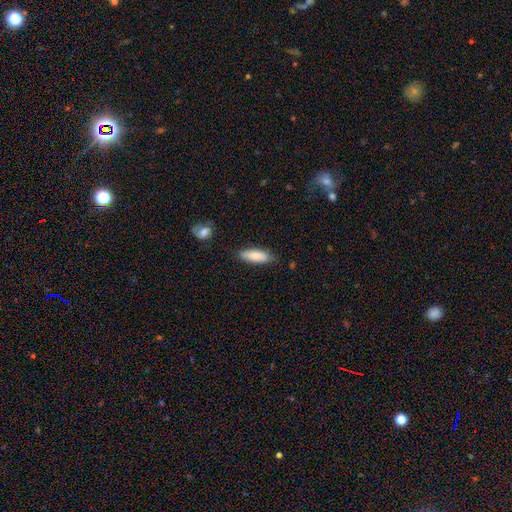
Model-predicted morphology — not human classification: Smooth or featured? Predicted: smooth (p=0.86). How rounded? Predicted: in between (p=0.57). Merging? Predicted: none (p=0.81).